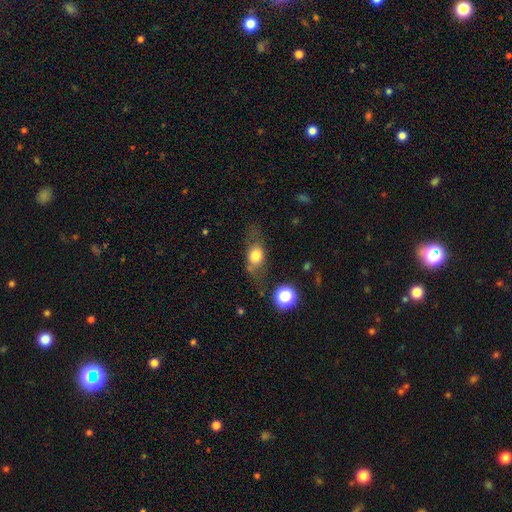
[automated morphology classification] A smooth galaxy with no disk features (66%) that is in between round and cigar-shaped (61%).

Vote fractions:
- Smooth or featured? smooth: 66% / featured or disk: 24% / star or artifact: 10%
- How rounded? in between: 61% / round: 31% / cigar-shaped: 8%
- Merging? none: 61% / minor disturbance: 22% / major disturbance: 14% / merger: 4%